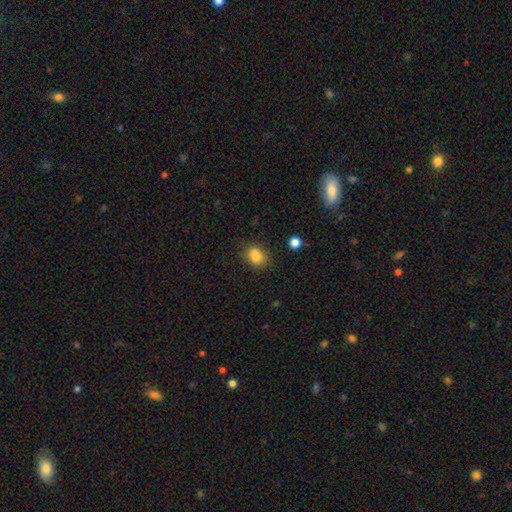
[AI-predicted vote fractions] A smooth galaxy with no disk features (83%) that is in between round and cigar-shaped (64%). Merging: none (68%).